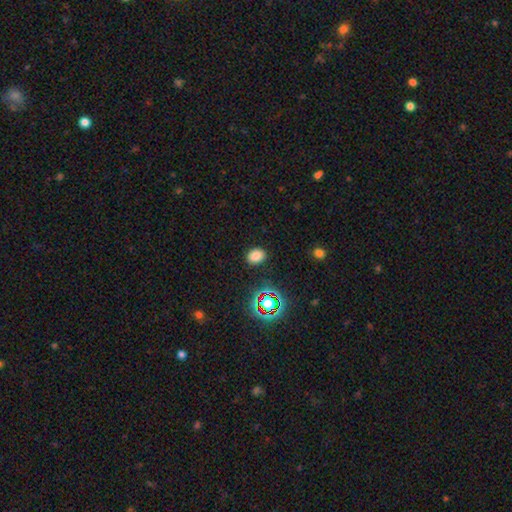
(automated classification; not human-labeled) Overall: smooth (77%). How rounded: in between (63%; round 36%). Merging: none (87%).